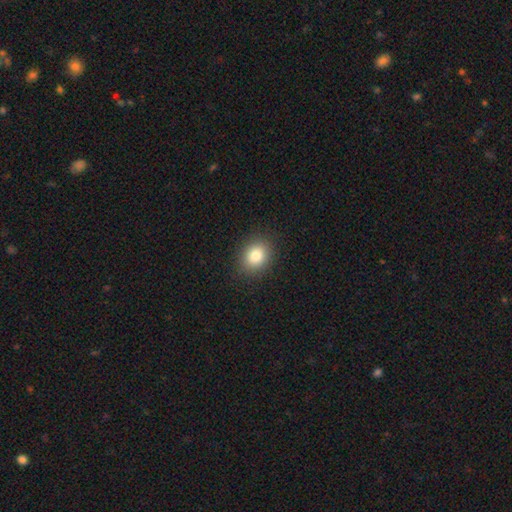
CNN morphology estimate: Overall: smooth (83%). How rounded: round (55%; in between 44%). Merging: none (89%).